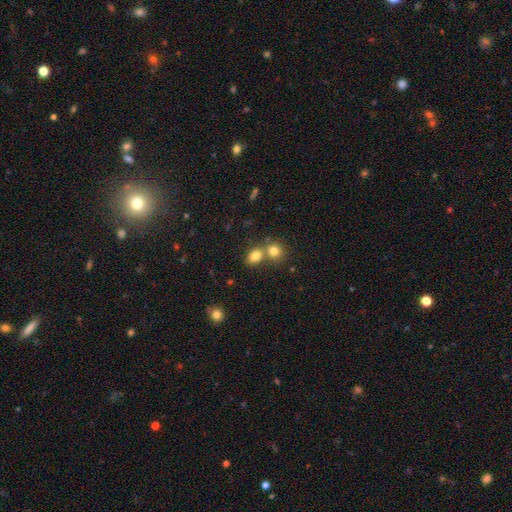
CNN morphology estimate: Smooth or featured?
  - smooth: 81% *
  - star or artifact: 11%
  - featured or disk: 8%
How rounded?
  - in between: 63% *
  - round: 35%
  - cigar-shaped: 2%
Merging?
  - none: 45% *
  - merger: 44%
  - minor disturbance: 8%
  - major disturbance: 3%